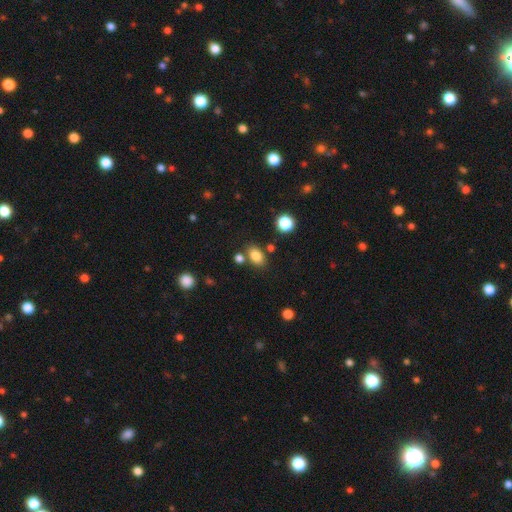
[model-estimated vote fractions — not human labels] A smooth galaxy with no disk features (82%) that is in between round and cigar-shaped (79%).

Vote fractions:
- Smooth or featured? smooth: 82% / star or artifact: 11% / featured or disk: 7%
- How rounded? in between: 79% / round: 20% / cigar-shaped: 1%
- Merging? none: 74% / minor disturbance: 12% / merger: 11% / major disturbance: 4%